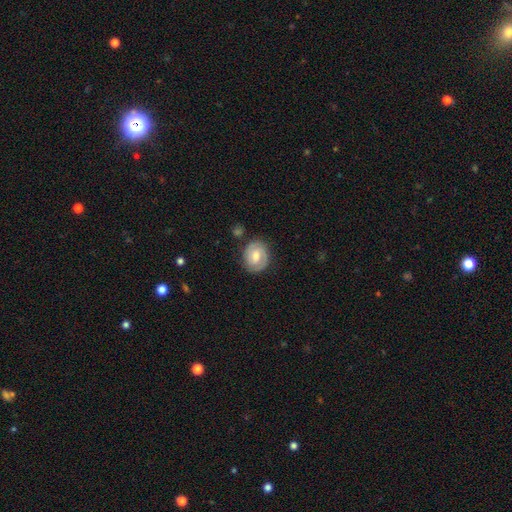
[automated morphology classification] type=featured or disk (60%); edge-on=no (97%); bar=weak (50%); spiral arms=yes (85%); bulge=moderate (65%); merging=none (79%).